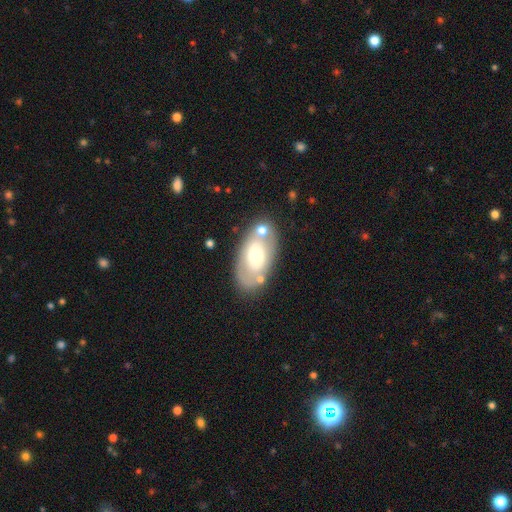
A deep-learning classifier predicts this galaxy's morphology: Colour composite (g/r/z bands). It shows a featured or disk galaxy (48%). Merging: none (69%).